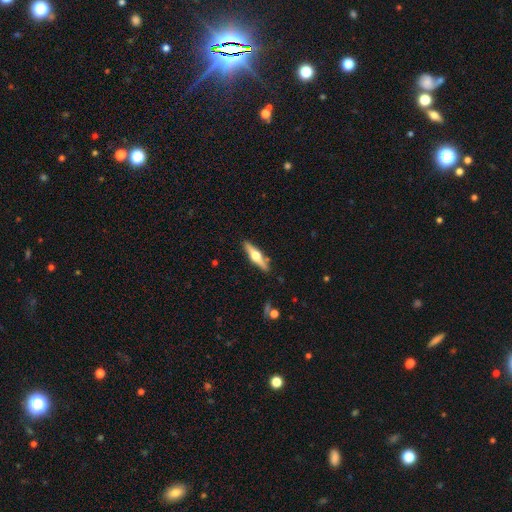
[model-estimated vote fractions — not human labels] Q: Smooth or featured?
A: featured or disk (66%); runner-up: smooth (29%)
Q: Edge-on disk?
A: yes (96%); runner-up: no (4%)
Q: Edge-on bulge?
A: rounded (96%); runner-up: boxy (2%)
Q: Merging?
A: none (88%); runner-up: minor disturbance (8%)